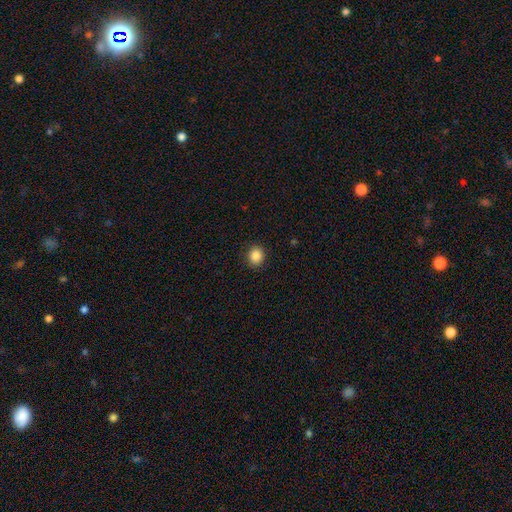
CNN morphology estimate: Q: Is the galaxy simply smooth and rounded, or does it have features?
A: smooth — 86%.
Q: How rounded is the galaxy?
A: round — 77%.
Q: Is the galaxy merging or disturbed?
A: none — 90%.